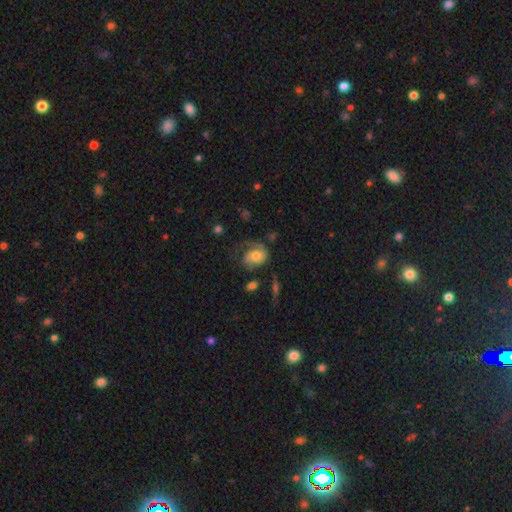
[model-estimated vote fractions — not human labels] Smooth or featured? Predicted: featured or disk (p=0.51). Edge-on disk? Predicted: no (p=0.96). Merging? Predicted: none (p=0.37, tied with major disturbance).